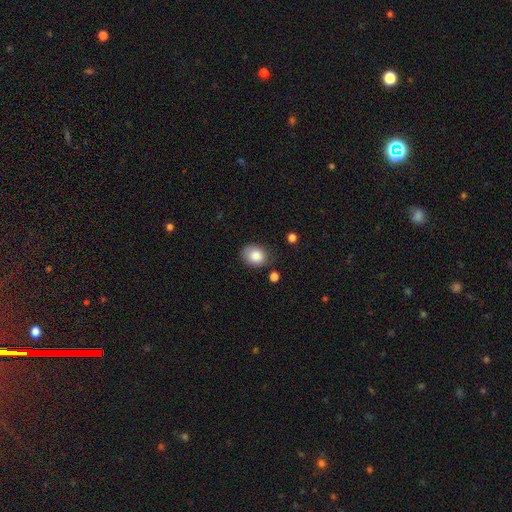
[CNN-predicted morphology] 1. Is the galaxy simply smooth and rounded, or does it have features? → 85% smooth, 8% star or artifact, 7% featured or disk.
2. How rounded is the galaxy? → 53% in between, 46% round, 1% cigar-shaped.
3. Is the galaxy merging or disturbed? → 75% none, 18% minor disturbance, 4% major disturbance, 3% merger.